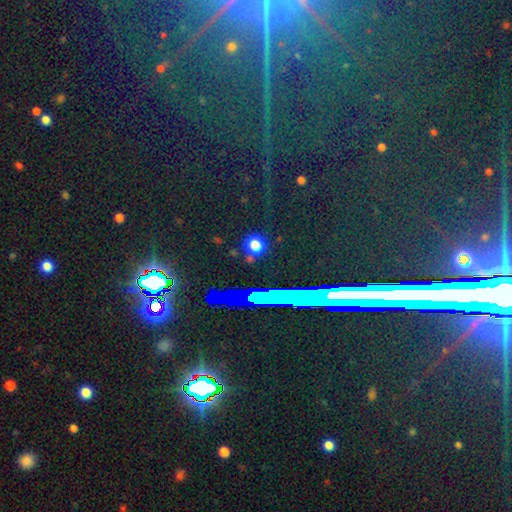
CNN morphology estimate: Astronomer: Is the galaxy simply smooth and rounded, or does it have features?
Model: star or artifact — 84%.